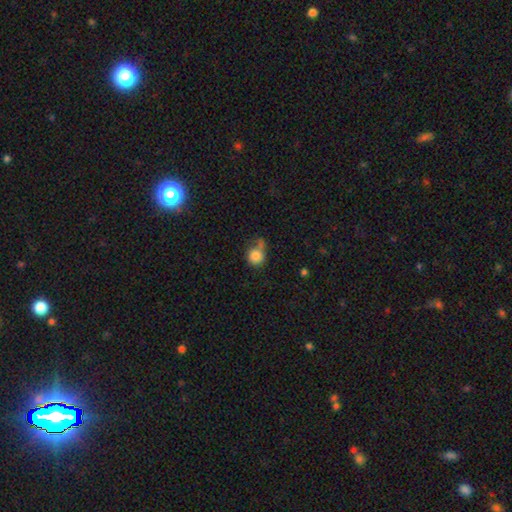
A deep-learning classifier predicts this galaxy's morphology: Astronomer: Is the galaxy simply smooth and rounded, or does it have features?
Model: smooth — 83%.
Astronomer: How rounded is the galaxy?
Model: round — 81%.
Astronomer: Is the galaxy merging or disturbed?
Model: none — 38% (runner-up: minor disturbance, 26%).